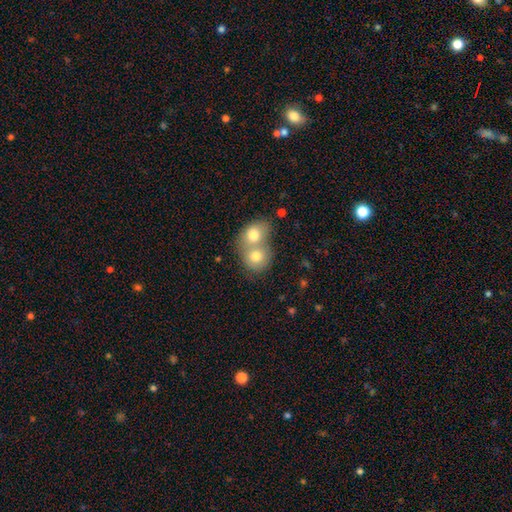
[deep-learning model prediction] Morphology: type=smooth (66%); roundness=round (72%); merging=merger (67%).